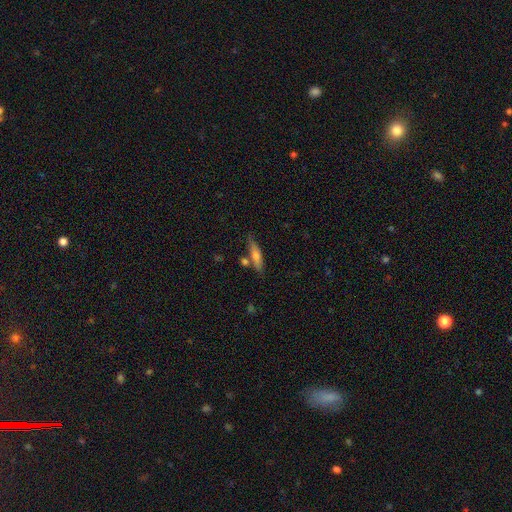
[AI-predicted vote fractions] Overall: smooth (55%; featured or disk 37%). How rounded: cigar-shaped (77%). Merging: none (74%).